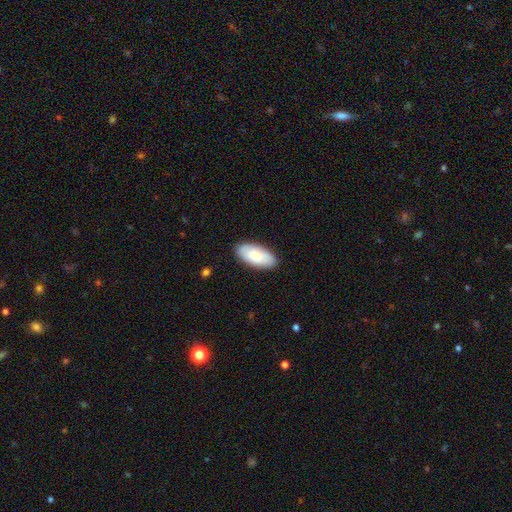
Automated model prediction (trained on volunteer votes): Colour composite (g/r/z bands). It shows a smooth galaxy with no disk features (83%) that is in between round and cigar-shaped (92%). Merging: none (87%).